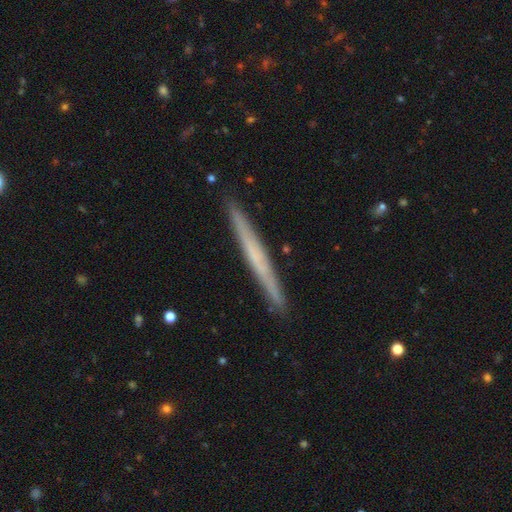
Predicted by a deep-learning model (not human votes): Morphology: type=featured or disk (51%); edge-on=yes (97%); merging=none (91%).